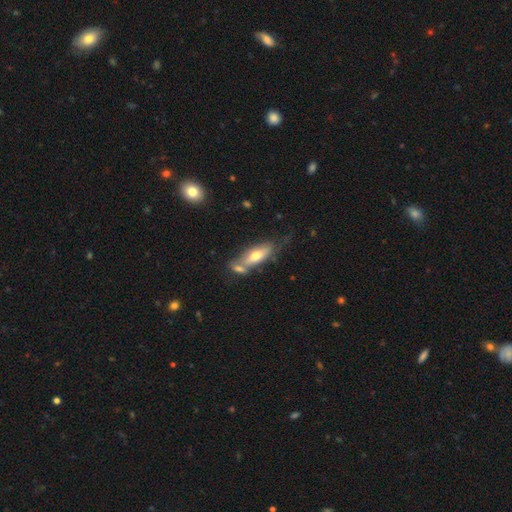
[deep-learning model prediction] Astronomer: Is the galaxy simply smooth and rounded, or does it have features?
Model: smooth — 58% (runner-up: featured or disk, 35%).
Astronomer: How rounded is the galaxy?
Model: in between — 64%.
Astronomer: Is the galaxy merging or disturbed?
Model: none — 44% (runner-up: merger, 32%).